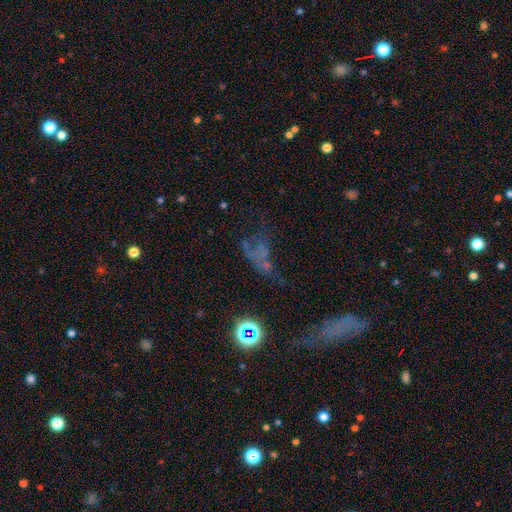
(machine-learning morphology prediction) Smooth or featured? star or artifact (50%)